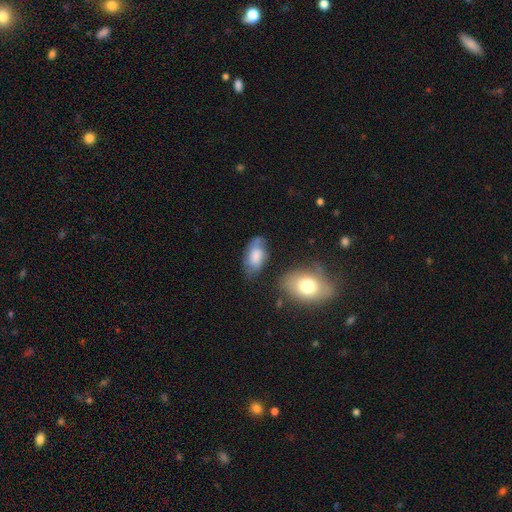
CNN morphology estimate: type=smooth (66%); roundness=in between (93%); merging=none (56%).